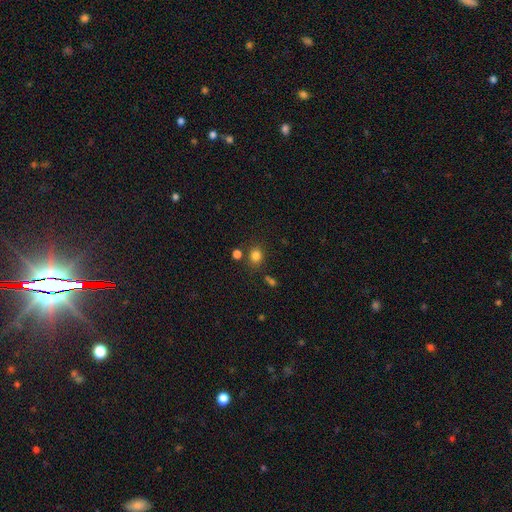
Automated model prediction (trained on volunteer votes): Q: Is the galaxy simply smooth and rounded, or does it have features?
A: smooth — 81%.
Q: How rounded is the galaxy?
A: round — 65%.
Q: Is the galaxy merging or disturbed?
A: none — 77%.